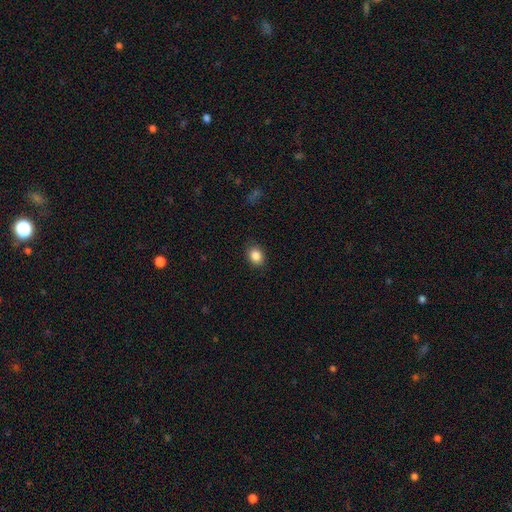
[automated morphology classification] smooth_or_featured: smooth (p=0.86) [alt: star or artifact p=0.09]
how_rounded: in between (p=0.60) [alt: round p=0.39]
merging: none (p=0.86) [alt: minor disturbance p=0.10]